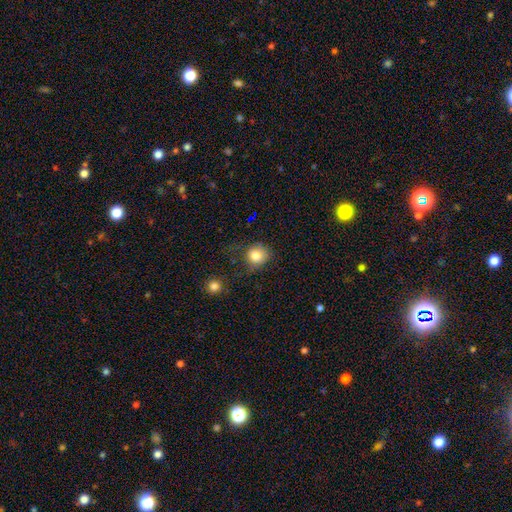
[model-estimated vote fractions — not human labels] smooth_or_featured: smooth (p=0.81) [alt: star or artifact p=0.11]
how_rounded: round (p=0.84) [alt: in between p=0.15]
merging: none (p=0.62) [alt: minor disturbance p=0.23]